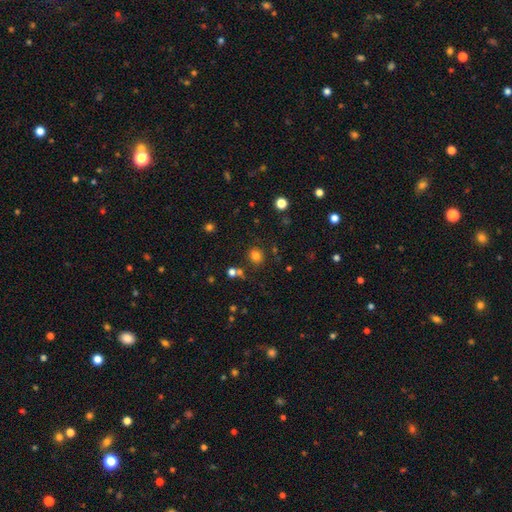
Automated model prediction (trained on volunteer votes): This is likely a smooth galaxy (78%). How rounded: likely round (76%). Merging: clearly none (80%).